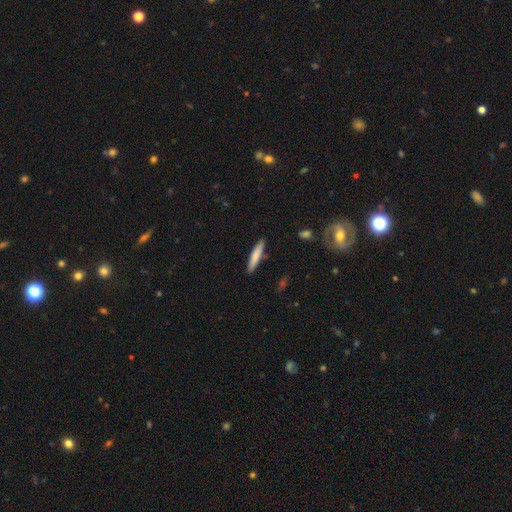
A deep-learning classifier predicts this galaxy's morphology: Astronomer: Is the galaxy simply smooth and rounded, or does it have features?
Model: smooth — 78%.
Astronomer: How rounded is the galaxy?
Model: cigar-shaped — 90%.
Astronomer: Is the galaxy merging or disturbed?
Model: none — 88%.